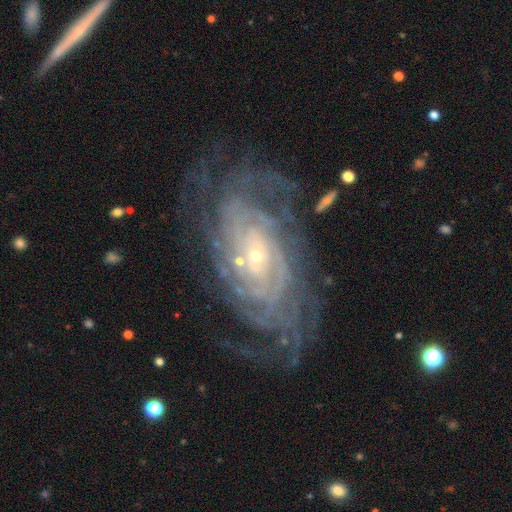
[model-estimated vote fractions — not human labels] Smooth or featured: featured or disk — 88% (star or artifact — 6%)
Edge-on disk: no — 95% (yes — 5%)
Bar: no — 62% (weak — 27%)
Spiral arms: yes — 97% (no — 3%)
Spiral winding: tight — 78% (medium — 18%)
Spiral arm count: can't tell — 33% (more than 4 — 21%)
Bulge size: small — 80% (moderate — 15%)
Merging: none — 73% (minor disturbance — 16%)